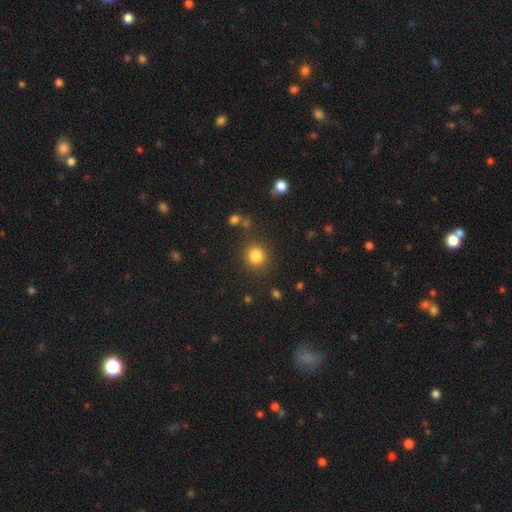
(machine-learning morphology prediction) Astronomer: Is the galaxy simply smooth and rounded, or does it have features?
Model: smooth — 83%.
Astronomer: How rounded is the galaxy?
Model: round — 89%.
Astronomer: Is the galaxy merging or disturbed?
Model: none — 87%.